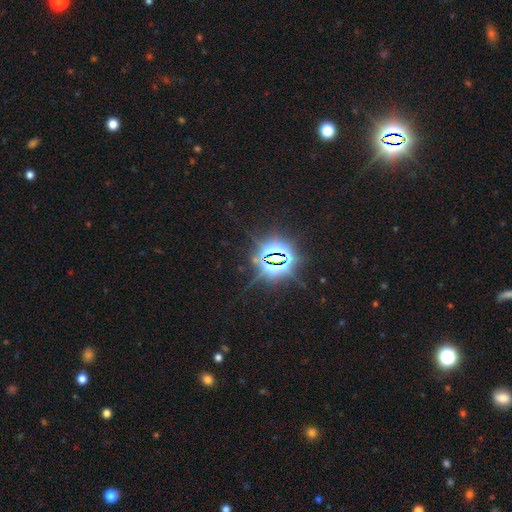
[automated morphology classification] This appears to be a star or artifact, not a galaxy (83%).